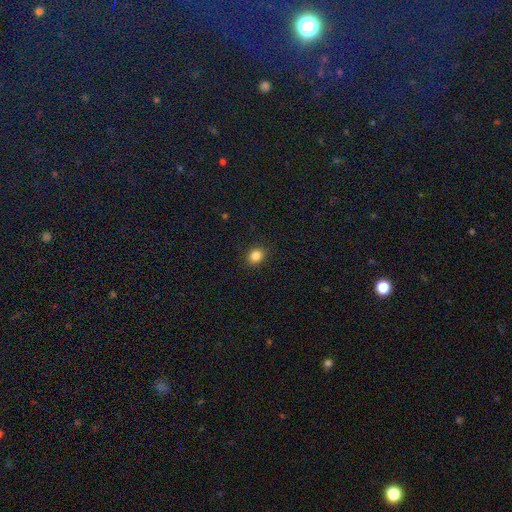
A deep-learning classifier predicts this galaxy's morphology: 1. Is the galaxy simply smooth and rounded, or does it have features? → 85% smooth, 11% star or artifact, 4% featured or disk.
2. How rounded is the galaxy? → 64% round, 35% in between, 1% cigar-shaped.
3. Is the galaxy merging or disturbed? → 90% none, 7% minor disturbance, 2% major disturbance, 1% merger.